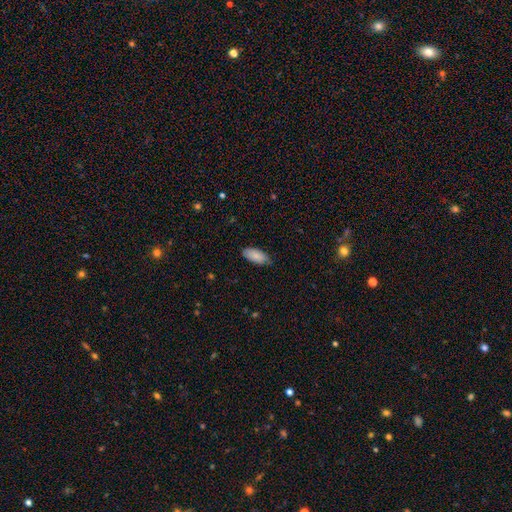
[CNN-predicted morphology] Overall: smooth (86%). How rounded: in between (90%). Merging: none (74%).